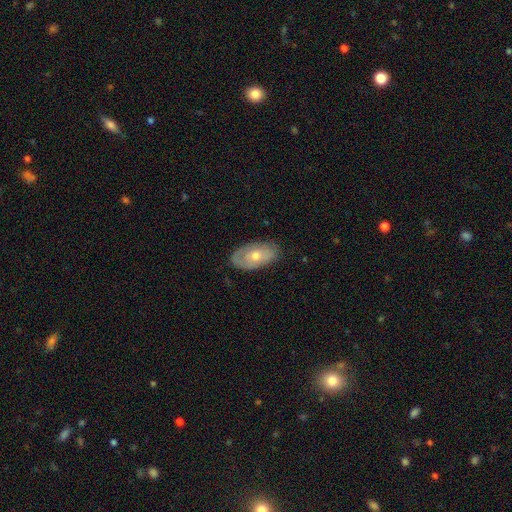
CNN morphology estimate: Smooth or featured: featured or disk — 47% (tied with smooth — 47%)
Merging: none — 77% (minor disturbance — 18%)